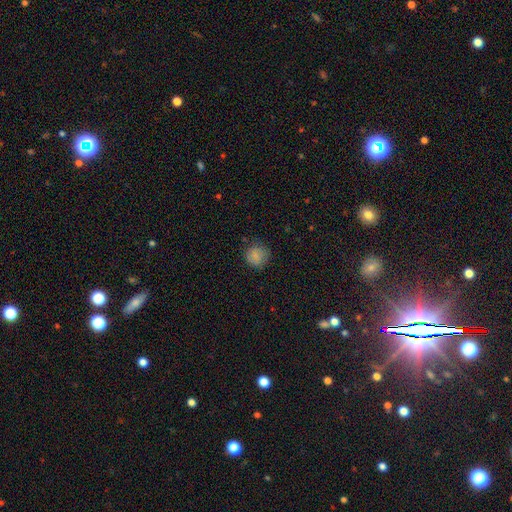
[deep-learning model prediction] Morphology: type=smooth (84%); roundness=round (88%); merging=none (78%).